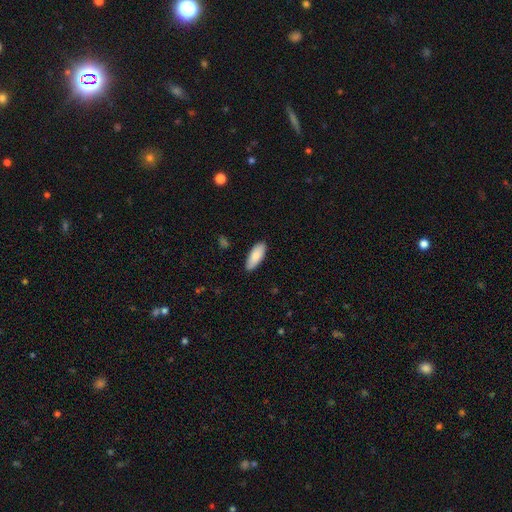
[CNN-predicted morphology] Smooth or featured? Predicted: smooth (p=0.86). How rounded? Predicted: in between (p=0.79). Merging? Predicted: none (p=0.88).